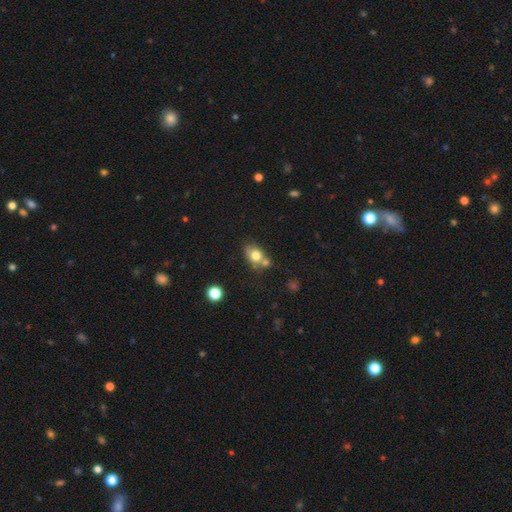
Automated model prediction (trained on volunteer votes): Smooth or featured: smooth — 73% (featured or disk — 16%)
How rounded: in between — 50% (round — 49%)
Merging: none — 43% (merger — 36%)